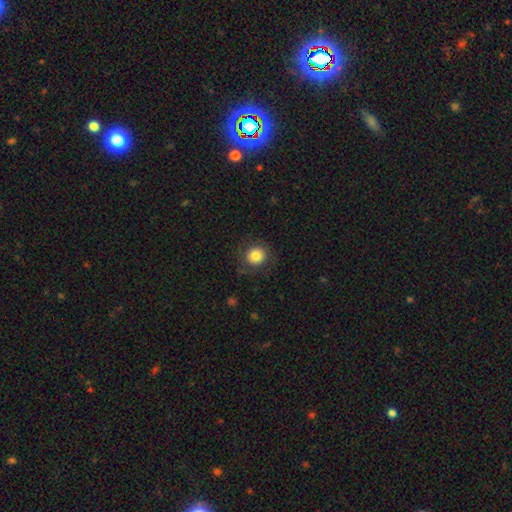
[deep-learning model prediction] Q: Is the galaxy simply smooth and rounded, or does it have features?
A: smooth — 82%.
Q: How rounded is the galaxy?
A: round — 89%.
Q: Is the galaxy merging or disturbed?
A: none — 83%.